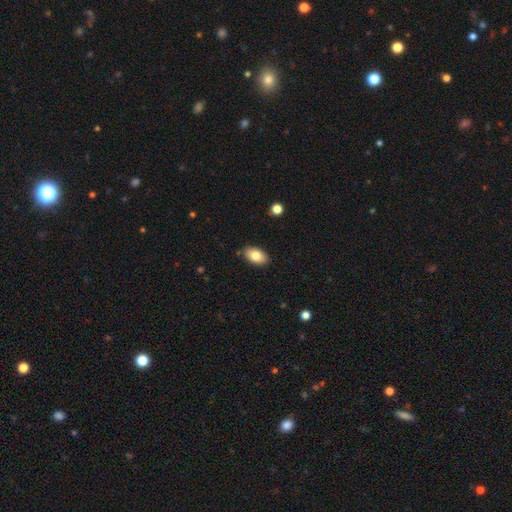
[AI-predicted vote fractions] Smooth or featured: smooth — 81% (featured or disk — 12%)
How rounded: in between — 92% (round — 7%)
Merging: none — 87% (minor disturbance — 10%)